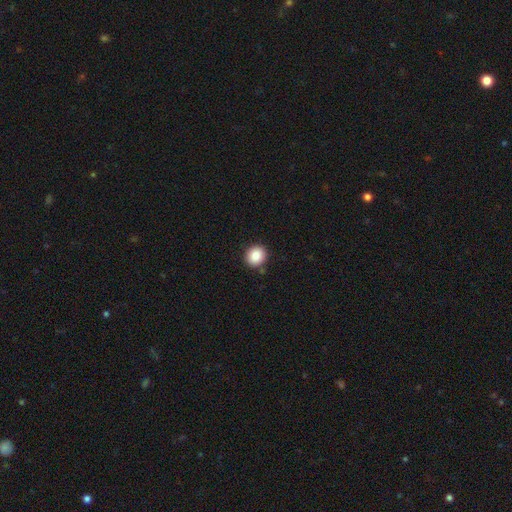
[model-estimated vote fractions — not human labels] Smooth or featured: smooth — 86% (star or artifact — 9%)
How rounded: round — 87% (in between — 12%)
Merging: none — 89% (minor disturbance — 7%)